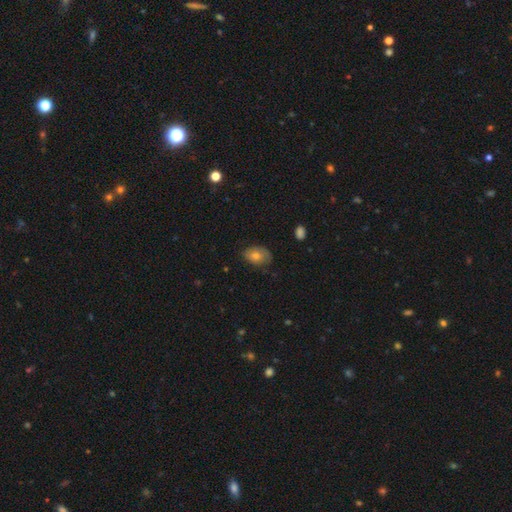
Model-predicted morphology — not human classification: Smooth or featured: smooth — 67% (featured or disk — 23%)
How rounded: in between — 80% (round — 19%)
Merging: none — 68% (minor disturbance — 25%)